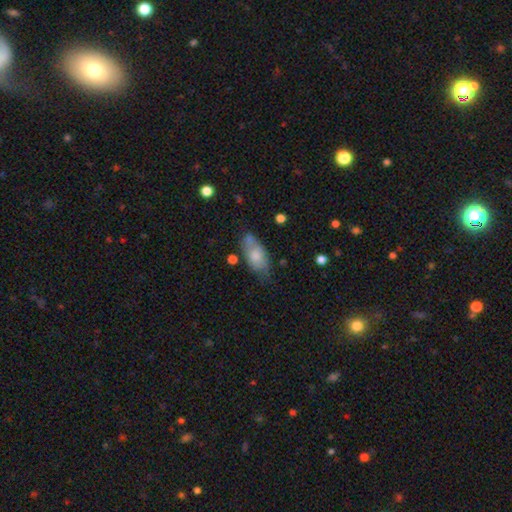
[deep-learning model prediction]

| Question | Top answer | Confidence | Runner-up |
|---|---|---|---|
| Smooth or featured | smooth | 74% | featured or disk (19%) |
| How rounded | in between | 88% | cigar-shaped (8%) |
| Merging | none | 54% | minor disturbance (29%) |